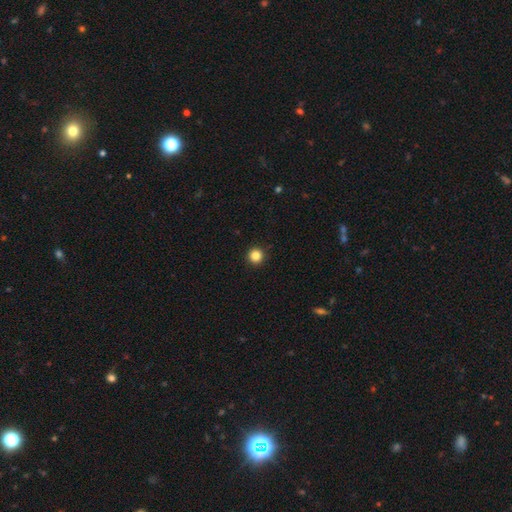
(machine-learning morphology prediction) This appears to be a smooth galaxy with no disk features (85%) that is round (96%). Merging: none (93%).